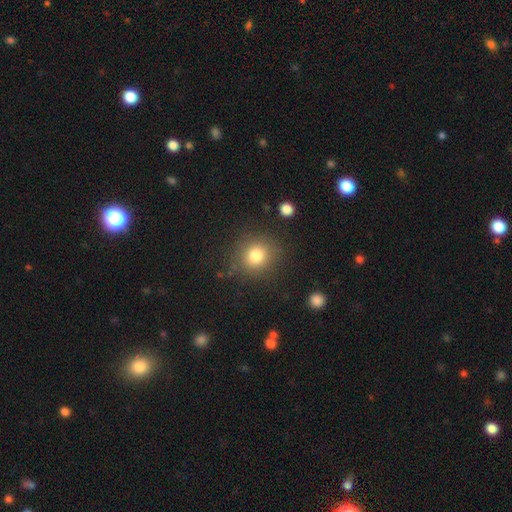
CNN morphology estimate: A smooth galaxy with no disk features (80%) that is round (81%). Merging: none (84%).